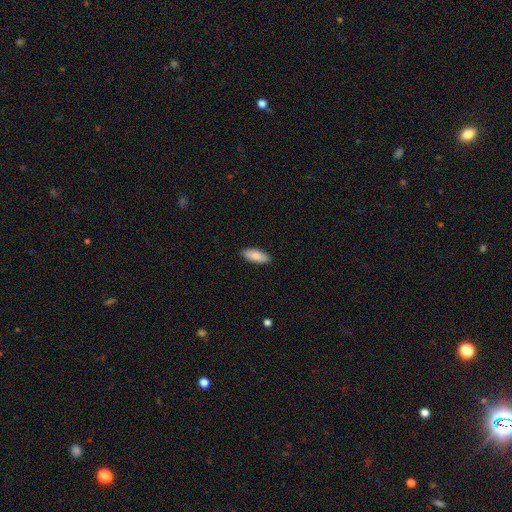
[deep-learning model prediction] Q: Smooth or featured?
A: smooth (87%); runner-up: featured or disk (7%)
Q: How rounded?
A: in between (81%); runner-up: cigar-shaped (17%)
Q: Merging?
A: none (90%); runner-up: minor disturbance (8%)